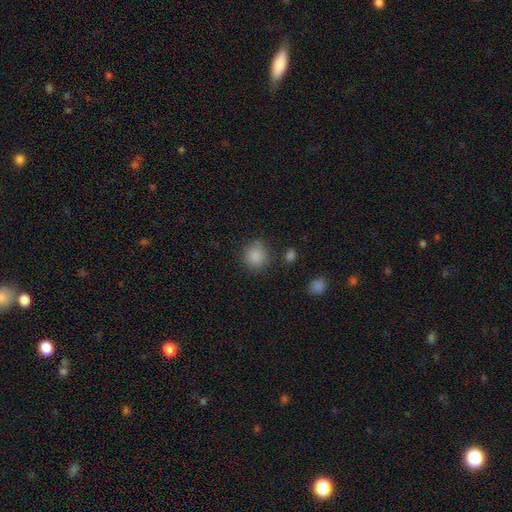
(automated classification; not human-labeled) Smooth or featured? smooth (86%)
How rounded? round (86%)
Merging? none (77%)